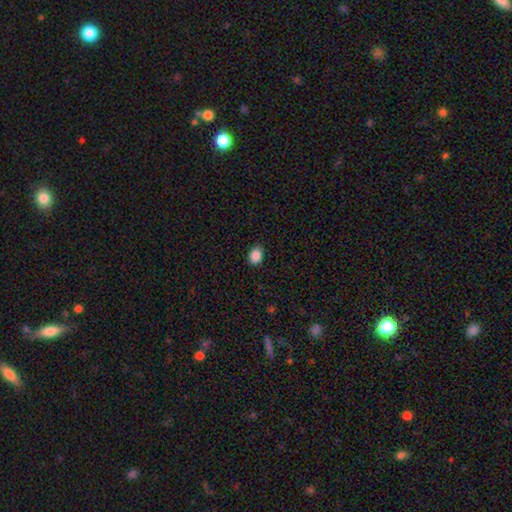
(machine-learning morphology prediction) smooth_or_featured: smooth (p=0.87) [alt: star or artifact p=0.09]
how_rounded: in between (p=0.63) [alt: round p=0.36]
merging: none (p=0.84) [alt: minor disturbance p=0.13]